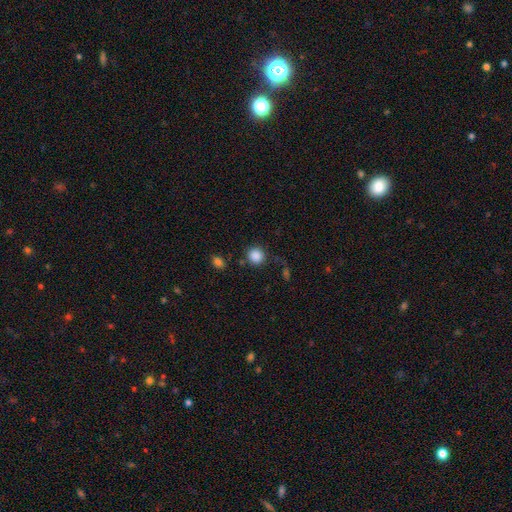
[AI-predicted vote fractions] Smooth or featured?
  - smooth: 86% *
  - star or artifact: 10%
  - featured or disk: 3%
How rounded?
  - round: 91% *
  - in between: 8%
  - cigar-shaped: 1%
Merging?
  - none: 82% *
  - minor disturbance: 10%
  - major disturbance: 4%
  - merger: 4%